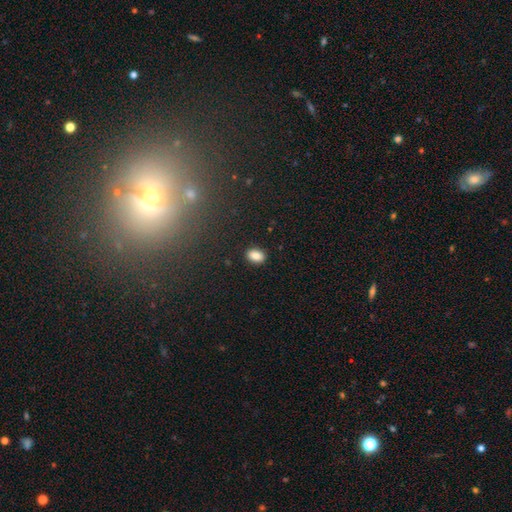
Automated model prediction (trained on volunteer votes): Smooth or featured: smooth — 86% (star or artifact — 9%)
How rounded: in between — 78% (round — 21%)
Merging: none — 88% (minor disturbance — 9%)